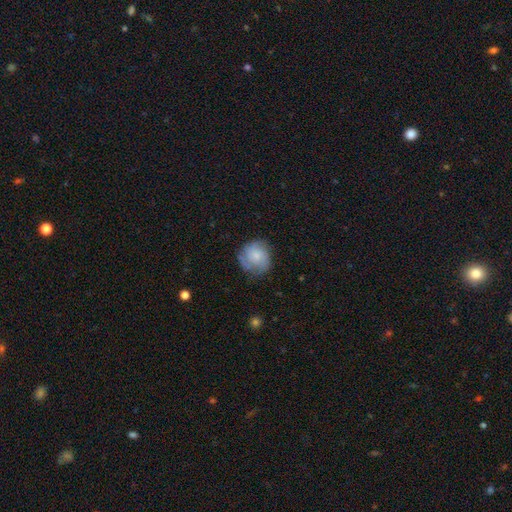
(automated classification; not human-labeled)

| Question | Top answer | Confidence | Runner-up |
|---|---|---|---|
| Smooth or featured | featured or disk | 47% | smooth (45%) |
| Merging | none | 64% | minor disturbance (24%) |